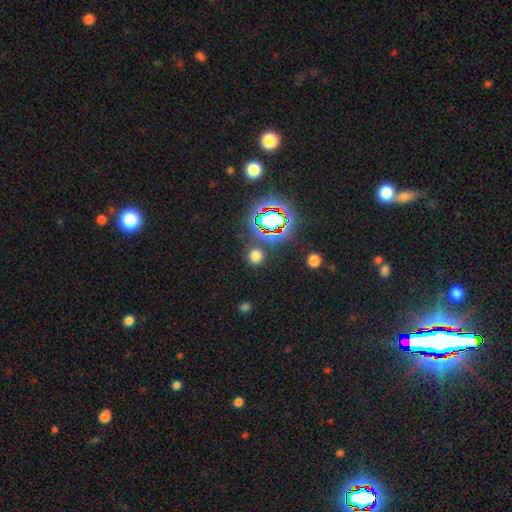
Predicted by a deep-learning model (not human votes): smooth-or-featured: smooth: 66% | star or artifact: 28% | featured or disk: 6%
  how-rounded: round: 90% | in between: 9% | cigar-shaped: 1%
  merging: none: 85% | minor disturbance: 7% | merger: 4% | major disturbance: 3%